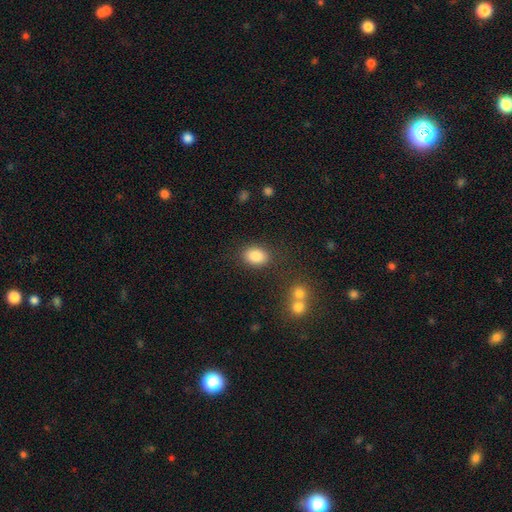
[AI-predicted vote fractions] Smooth or featured: smooth — 86% (star or artifact — 8%)
How rounded: in between — 74% (round — 25%)
Merging: none — 82% (minor disturbance — 10%)